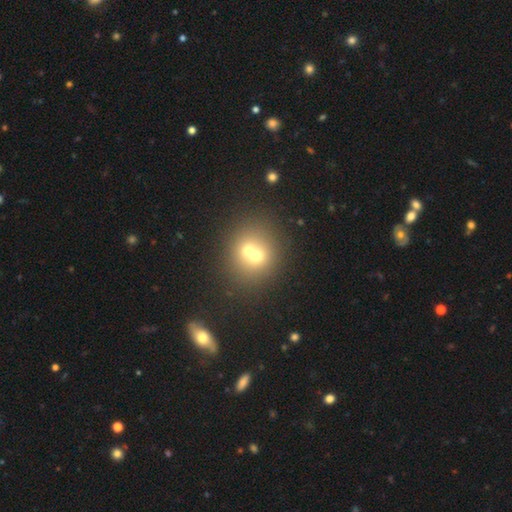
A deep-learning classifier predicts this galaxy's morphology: Smooth or featured?
  - smooth: 62% *
  - featured or disk: 24%
  - star or artifact: 14%
How rounded?
  - round: 81% *
  - in between: 18%
  - cigar-shaped: 1%
Merging?
  - merger: 57% *
  - none: 35%
  - minor disturbance: 6%
  - major disturbance: 3%